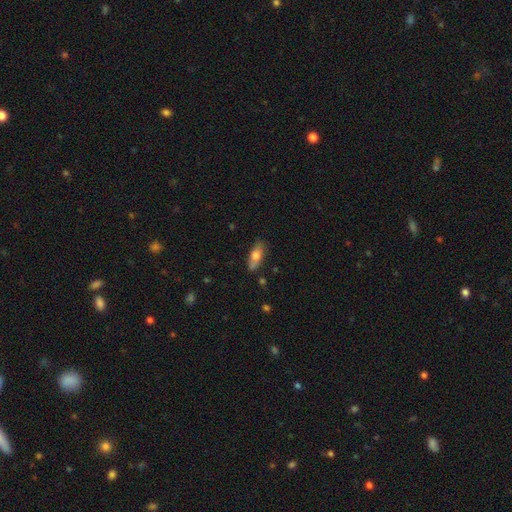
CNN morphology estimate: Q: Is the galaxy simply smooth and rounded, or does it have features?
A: smooth — 69%.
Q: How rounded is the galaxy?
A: in between — 73%.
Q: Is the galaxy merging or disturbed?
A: none — 78%.